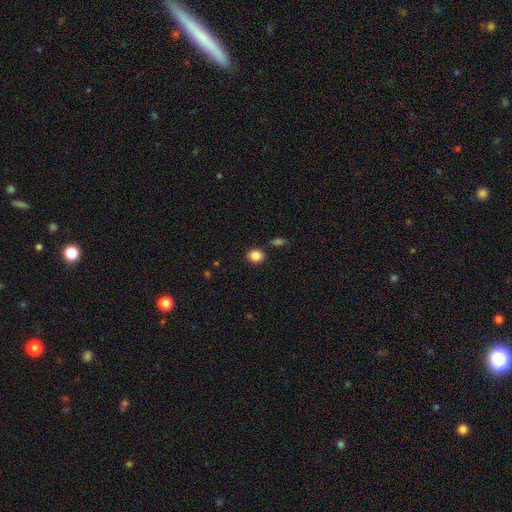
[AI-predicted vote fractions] This is clearly a smooth galaxy (86%). How rounded: likely round (71%). Merging: clearly none (86%).